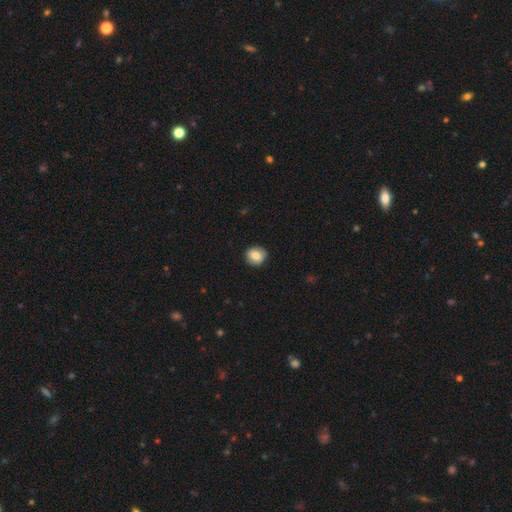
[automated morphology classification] Q: Smooth or featured?
A: smooth (79%); runner-up: featured or disk (13%)
Q: How rounded?
A: round (80%); runner-up: in between (19%)
Q: Merging?
A: none (88%); runner-up: minor disturbance (9%)